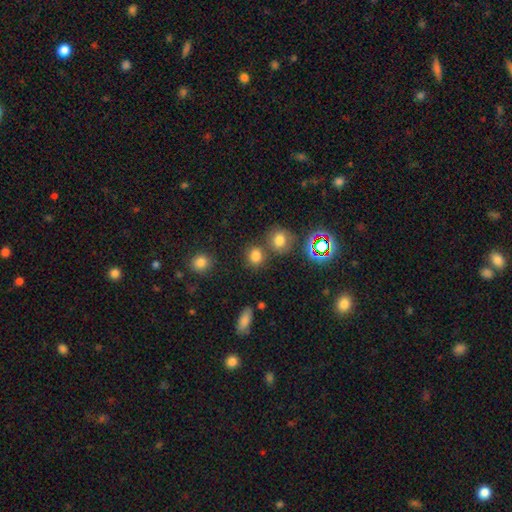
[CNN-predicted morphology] Smooth or featured?
  - smooth: 76% *
  - star or artifact: 18%
  - featured or disk: 6%
How rounded?
  - round: 75% *
  - in between: 24%
  - cigar-shaped: 1%
Merging?
  - none: 70% *
  - merger: 16%
  - minor disturbance: 10%
  - major disturbance: 4%